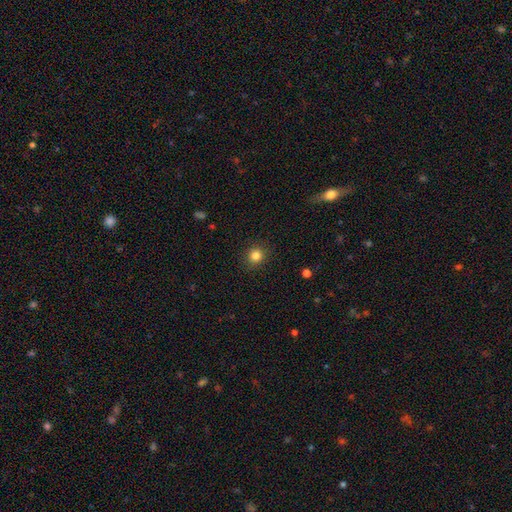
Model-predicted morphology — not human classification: smooth 83%, star or artifact 12%, featured or disk 5%. Down the decision tree: how rounded — round (90%); merging — none (90%).